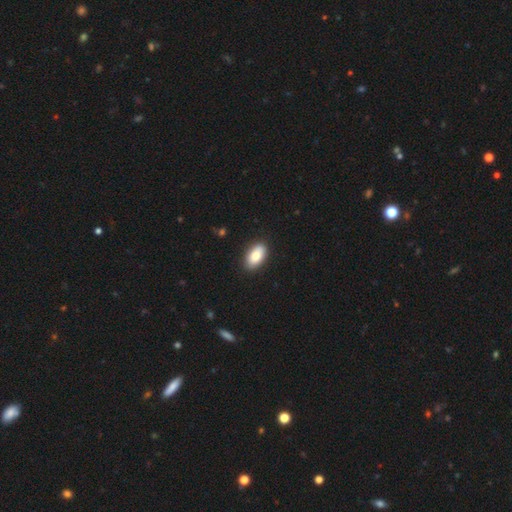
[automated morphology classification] Smooth or featured?
  - smooth: 83% *
  - featured or disk: 11%
  - star or artifact: 6%
How rounded?
  - in between: 94% *
  - round: 4%
  - cigar-shaped: 2%
Merging?
  - none: 88% *
  - minor disturbance: 9%
  - major disturbance: 2%
  - merger: 1%